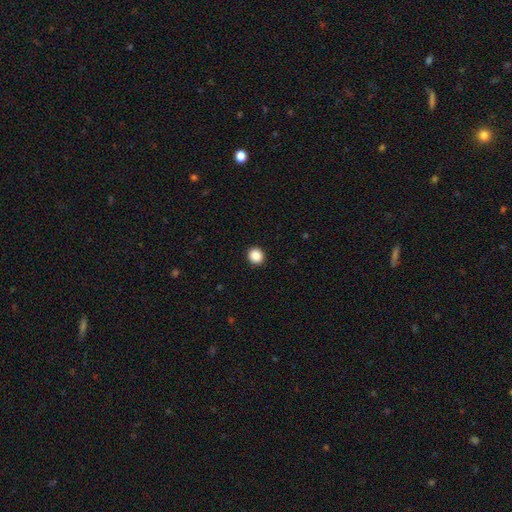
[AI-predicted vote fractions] Morphology: type=smooth (88%); roundness=round (89%); merging=none (93%).